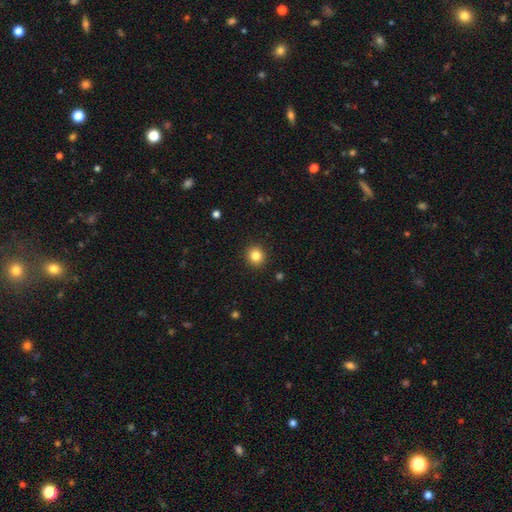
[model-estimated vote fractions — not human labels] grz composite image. It shows a smooth galaxy with no disk features (83%) that is round (89%). Merging: none (92%).